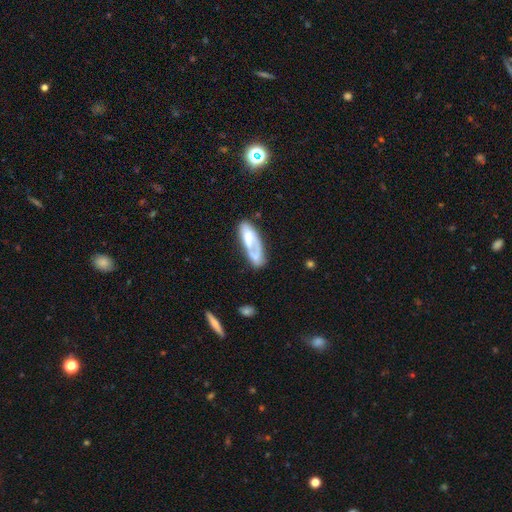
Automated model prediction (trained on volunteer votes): Overall: featured or disk (50%; smooth 43%). Edge-on disk: no (87%). Merging: none (40%; major disturbance 25%).